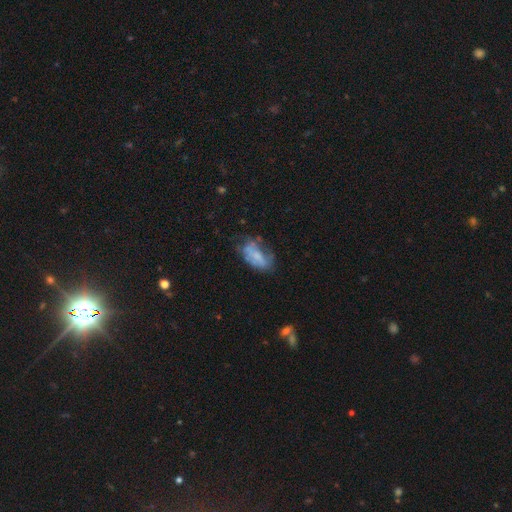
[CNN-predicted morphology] The model was most divided on "smooth or featured": smooth: 47%, featured or disk: 43%, star or artifact: 10%. Remaining: merging — none (38%).